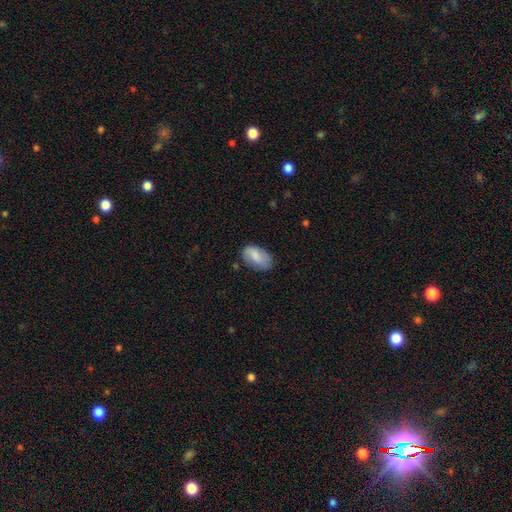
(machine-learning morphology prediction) smooth-or-featured: smooth: 80% | featured or disk: 13% | star or artifact: 6%
  how-rounded: in between: 94% | round: 5% | cigar-shaped: 2%
  merging: none: 72% | minor disturbance: 22% | major disturbance: 5% | merger: 2%